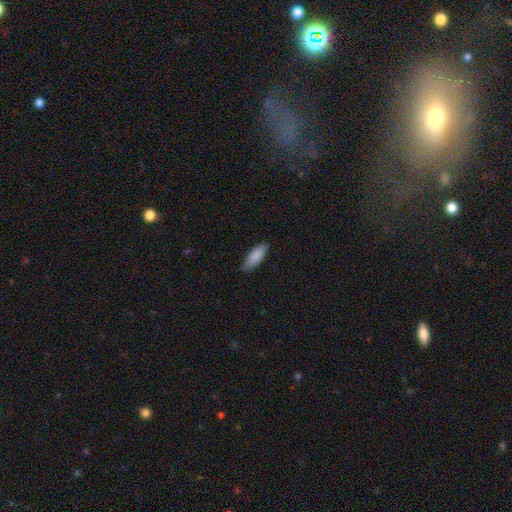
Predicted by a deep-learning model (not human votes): Smooth or featured? smooth (88%)
How rounded? in between (70%)
Merging? none (82%)